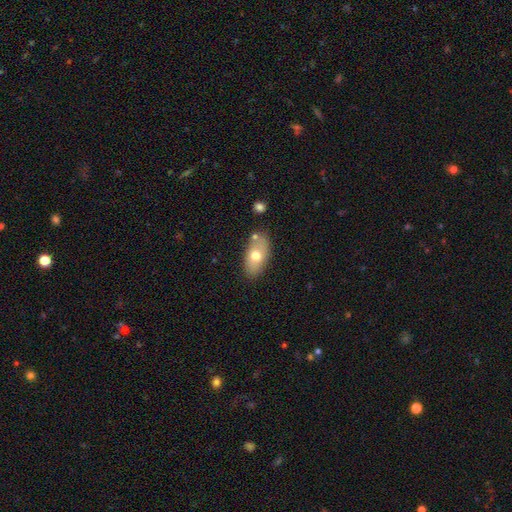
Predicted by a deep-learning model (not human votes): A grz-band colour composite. It shows a smooth galaxy with no disk features (68%) that is in between round and cigar-shaped (91%). Merging: none (75%).